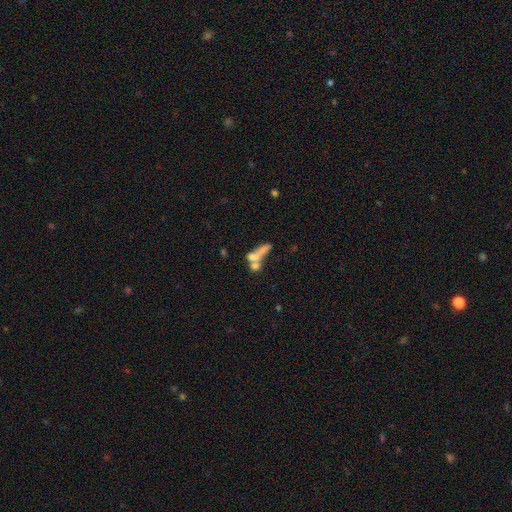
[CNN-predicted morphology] smooth_or_featured: smooth (p=0.57) [alt: featured or disk p=0.31]
how_rounded: cigar-shaped (p=0.48) [alt: in between p=0.38]
merging: merger (p=0.50) [alt: none p=0.26]